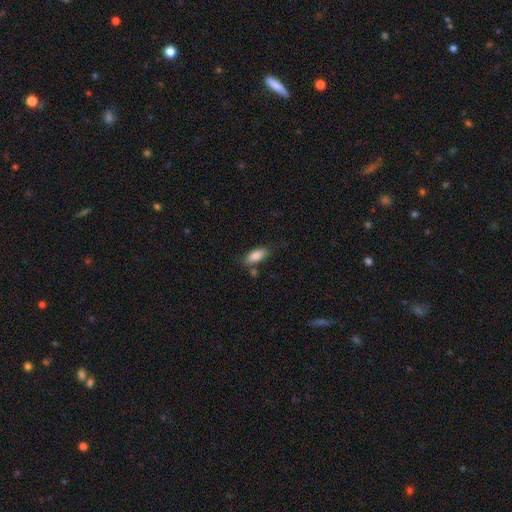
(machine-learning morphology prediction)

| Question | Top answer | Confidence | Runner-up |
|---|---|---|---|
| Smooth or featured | smooth | 84% | featured or disk (9%) |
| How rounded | in between | 84% | cigar-shaped (14%) |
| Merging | none | 72% | minor disturbance (16%) |